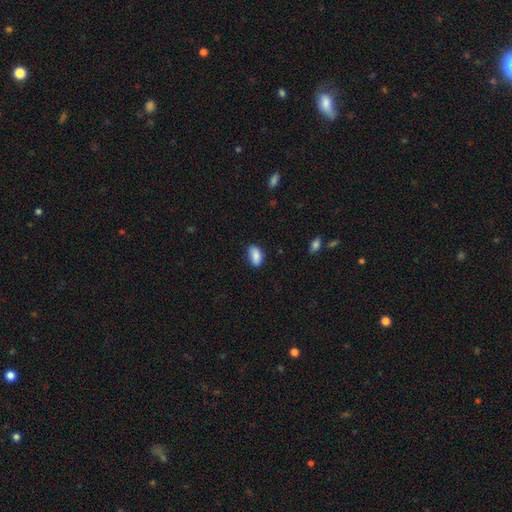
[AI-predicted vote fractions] A smooth galaxy with no disk features (86%) that is in between round and cigar-shaped (91%).

Vote fractions:
- Smooth or featured? smooth: 86% / star or artifact: 7% / featured or disk: 7%
- How rounded? in between: 91% / round: 5% / cigar-shaped: 3%
- Merging? none: 73% / minor disturbance: 22% / major disturbance: 4% / merger: 2%